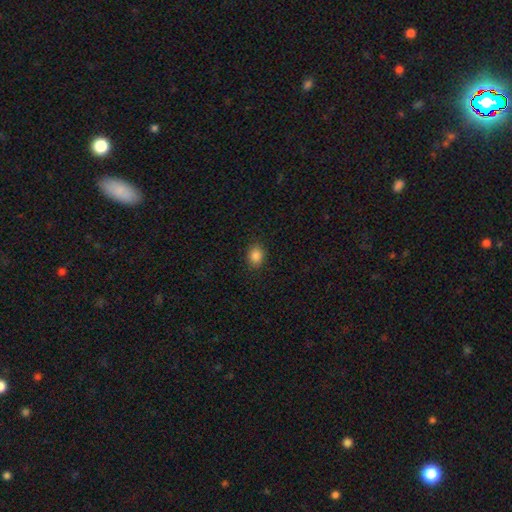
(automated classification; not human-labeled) This appears to be a smooth galaxy with no disk features (86%) that is round (54%). Merging: none (88%).